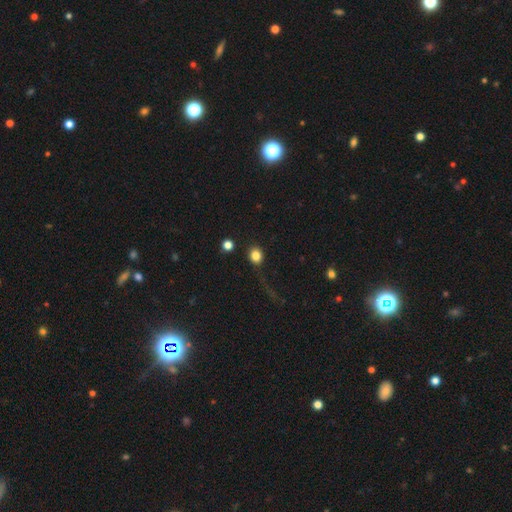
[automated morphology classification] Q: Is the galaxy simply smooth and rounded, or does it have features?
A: smooth — 83%.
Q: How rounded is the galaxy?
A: round — 75%.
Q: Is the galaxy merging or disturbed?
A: none — 81%.